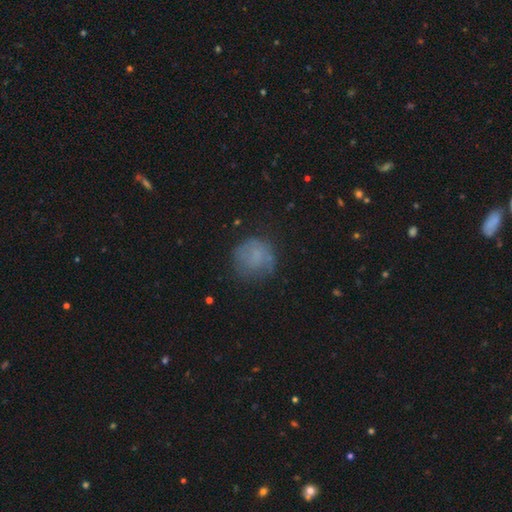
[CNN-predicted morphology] smooth 68%, featured or disk 19%, star or artifact 13%. Down the decision tree: how rounded — round (88%); merging — none (67%).